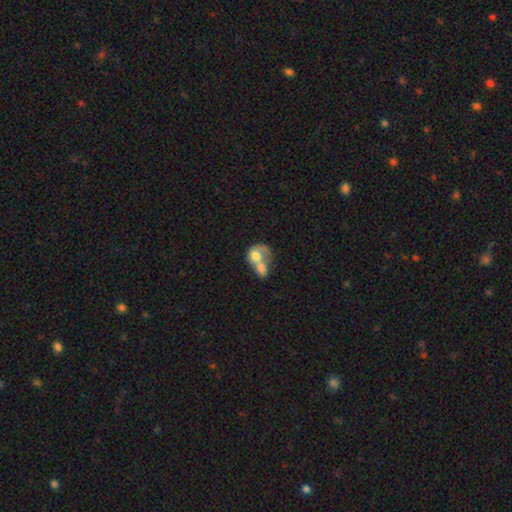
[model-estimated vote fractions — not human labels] This is likely a smooth galaxy (63%). How rounded: possibly in between (52%). Merging: likely merger (79%).